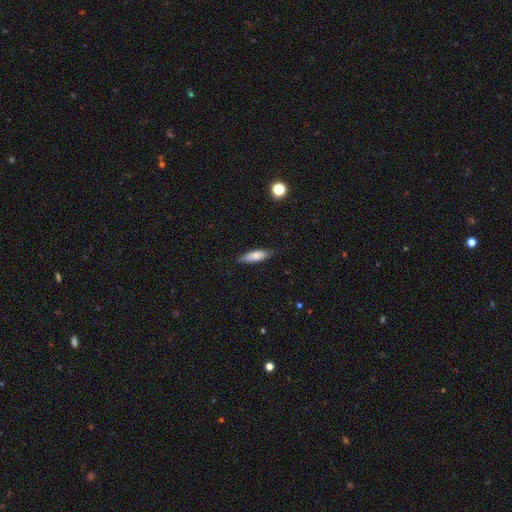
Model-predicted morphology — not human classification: Smooth or featured? Predicted: smooth (p=0.76). How rounded? Predicted: cigar-shaped (p=0.55). Merging? Predicted: none (p=0.79).